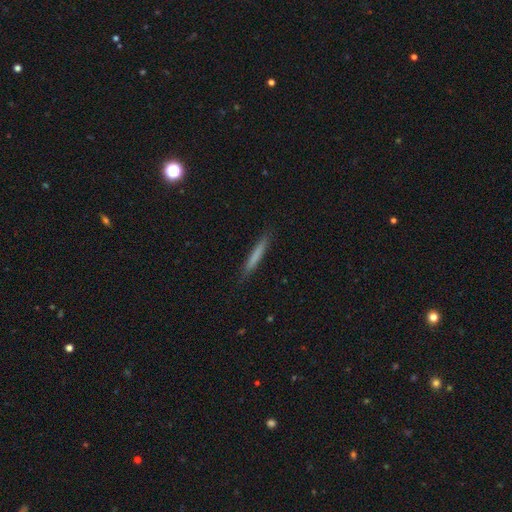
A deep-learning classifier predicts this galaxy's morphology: A smooth galaxy with no disk features (71%) that is cigar-shaped (96%). Merging: none (88%).